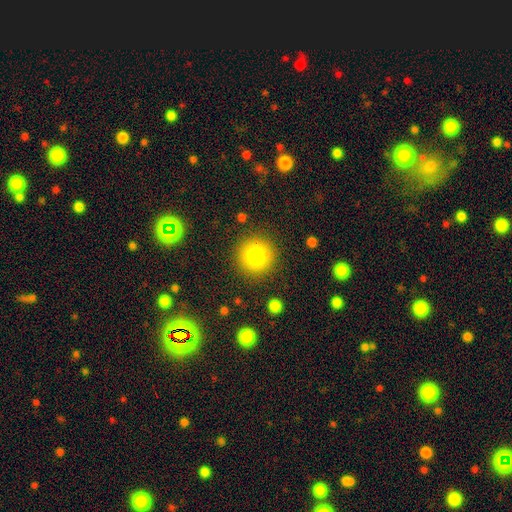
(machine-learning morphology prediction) A smooth galaxy with no disk features (79%) that is round (95%).

Vote fractions:
- Smooth or featured? smooth: 79% / star or artifact: 11% / featured or disk: 9%
- How rounded? round: 95% / in between: 4% / cigar-shaped: 1%
- Merging? none: 89% / minor disturbance: 7% / major disturbance: 3% / merger: 2%